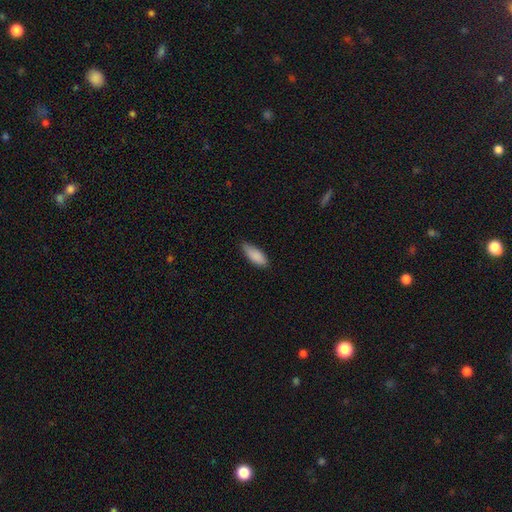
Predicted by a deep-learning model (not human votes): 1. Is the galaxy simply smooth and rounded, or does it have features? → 87% smooth, 6% star or artifact, 6% featured or disk.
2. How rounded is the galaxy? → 74% in between, 24% cigar-shaped, 2% round.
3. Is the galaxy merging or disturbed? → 71% none, 25% minor disturbance, 3% major disturbance, 1% merger.